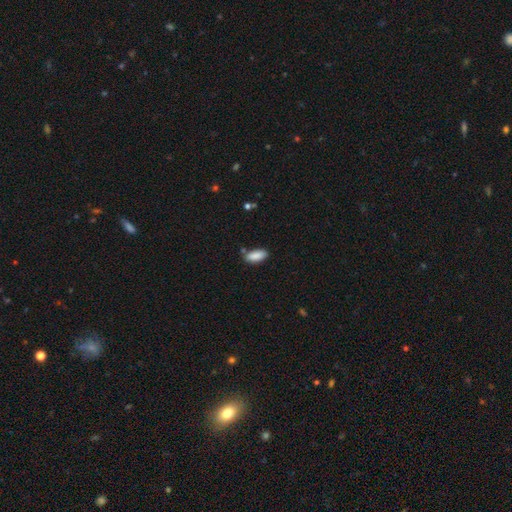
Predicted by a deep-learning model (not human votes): This is clearly a smooth galaxy (88%). How rounded: clearly in between (85%). Merging: likely none (74%).